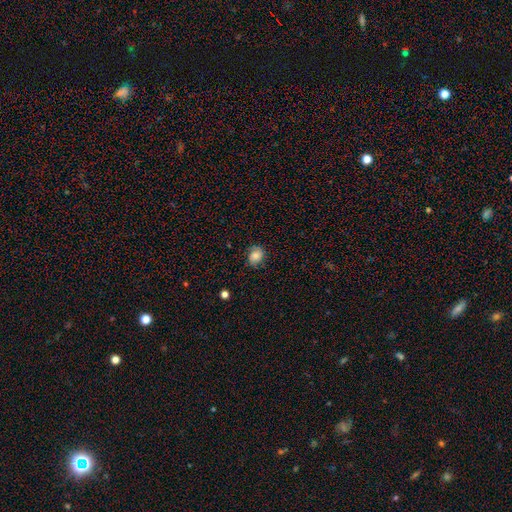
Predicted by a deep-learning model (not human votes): smooth 69%, featured or disk 21%, star or artifact 10%. Down the decision tree: how rounded — round (58%); merging — none (75%).